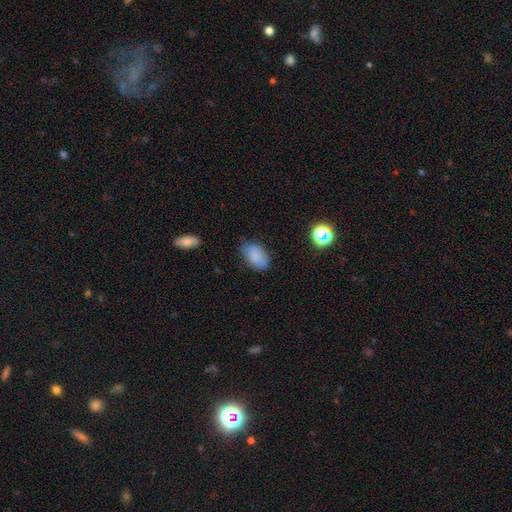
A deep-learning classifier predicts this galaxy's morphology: type=smooth (85%); roundness=in between (90%); merging=none (71%).